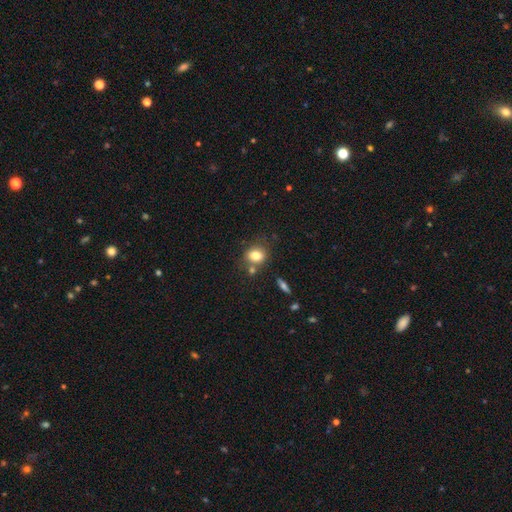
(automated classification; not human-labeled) Smooth or featured? smooth (80%)
How rounded? in between (51%)
Merging? none (63%)